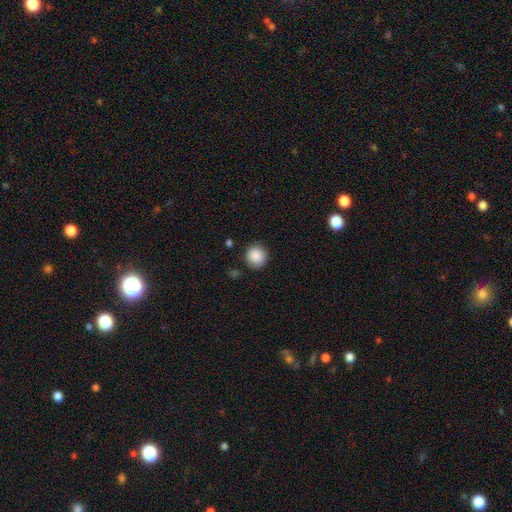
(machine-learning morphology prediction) This is clearly a smooth galaxy (89%). How rounded: clearly round (92%). Merging: clearly none (88%).